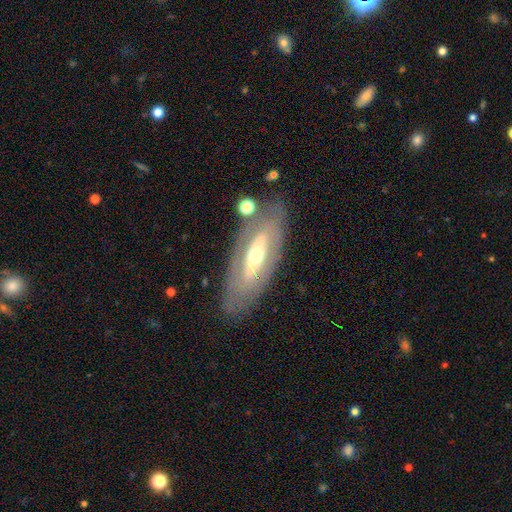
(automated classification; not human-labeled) Smooth or featured?
  - featured or disk: 69% *
  - smooth: 24%
  - star or artifact: 6%
Edge-on disk?
  - no: 79% *
  - yes: 21%
Bar?
  - no: 50% *
  - strong: 27%
  - weak: 24%
Spiral arms?
  - no: 64% *
  - yes: 36%
Bulge size?
  - moderate: 59% *
  - small: 32%
  - large: 7%
  - dominant: 1%
  - none: 1%
Merging?
  - none: 77% *
  - minor disturbance: 14%
  - major disturbance: 6%
  - merger: 4%